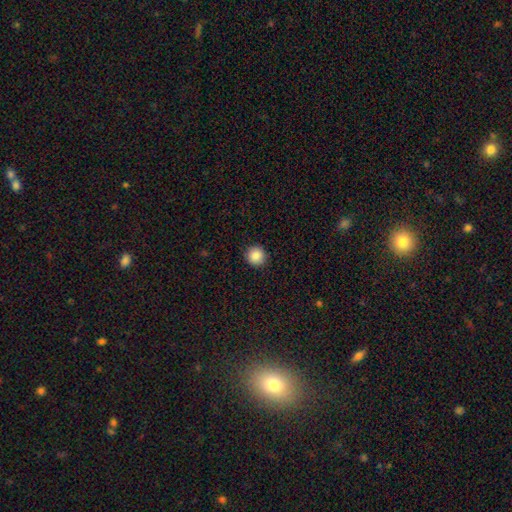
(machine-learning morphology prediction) smooth 87%, star or artifact 9%, featured or disk 3%. Down the decision tree: how rounded — round (95%); merging — none (92%).